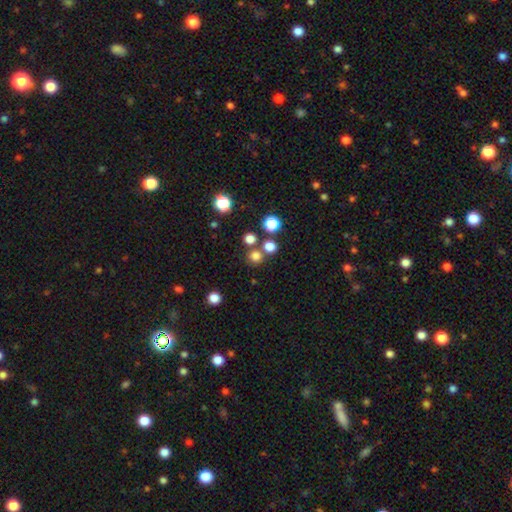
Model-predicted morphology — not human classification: smooth 75%, star or artifact 19%, featured or disk 6%. Down the decision tree: how rounded — round (92%); merging — none (73%).